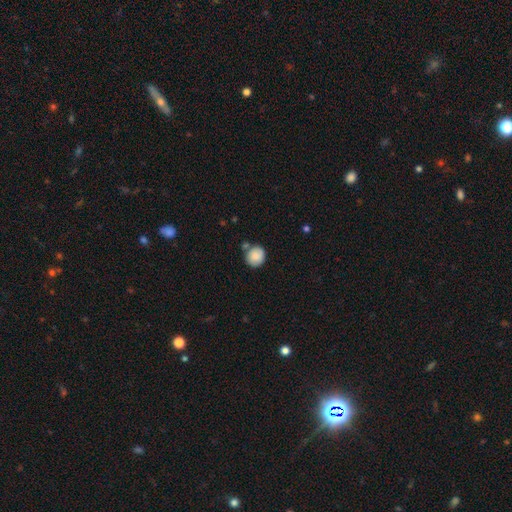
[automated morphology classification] The model was most divided on "merging": none: 68%, minor disturbance: 15%, merger: 13%, major disturbance: 4%. More confident: how rounded — round (86%); smooth or featured — smooth (86%).